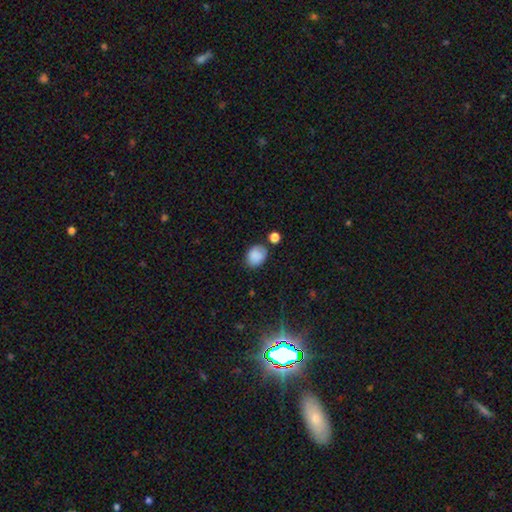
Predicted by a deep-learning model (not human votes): Q: Smooth or featured?
A: smooth (86%); runner-up: star or artifact (9%)
Q: How rounded?
A: in between (53%); runner-up: round (46%)
Q: Merging?
A: none (72%); runner-up: minor disturbance (17%)